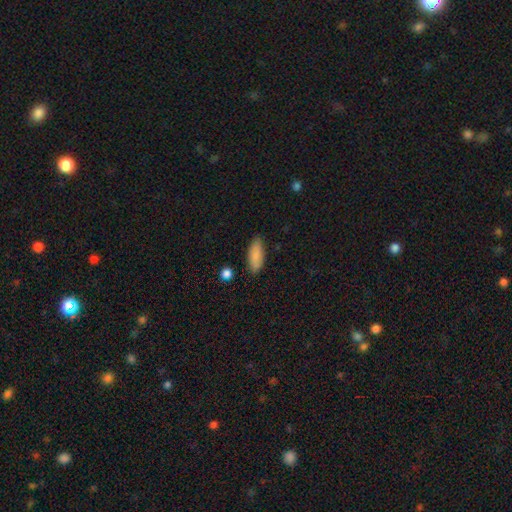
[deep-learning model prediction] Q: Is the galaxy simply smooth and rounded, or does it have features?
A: smooth — 87%.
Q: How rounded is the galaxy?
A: in between — 77%.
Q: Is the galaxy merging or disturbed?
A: none — 83%.